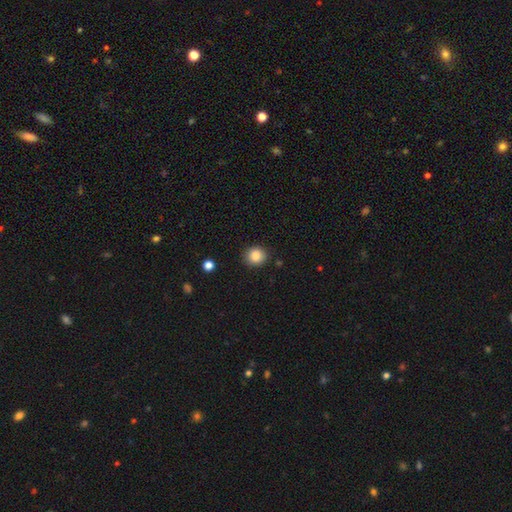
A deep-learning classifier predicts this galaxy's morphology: Smooth or featured? smooth (86%)
How rounded? round (84%)
Merging? none (89%)